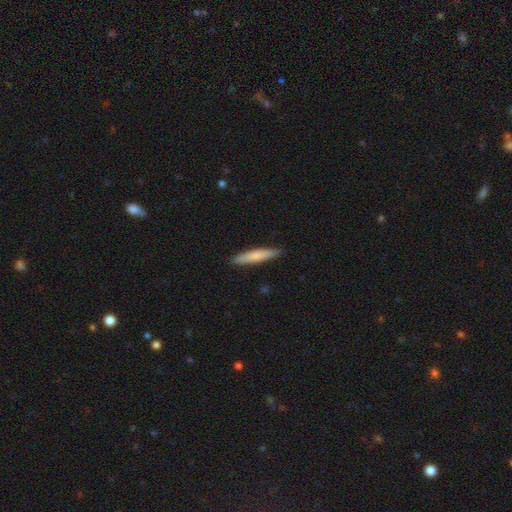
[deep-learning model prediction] Morphology: type=smooth (72%); roundness=cigar-shaped (91%); merging=none (90%).